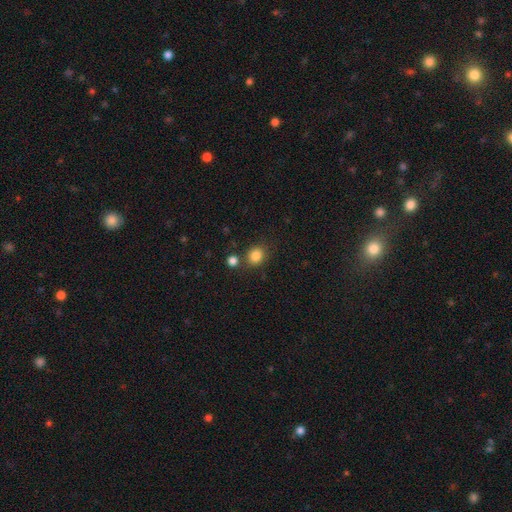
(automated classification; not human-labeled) Q: Smooth or featured?
A: smooth (84%); runner-up: star or artifact (11%)
Q: How rounded?
A: round (72%); runner-up: in between (27%)
Q: Merging?
A: none (76%); runner-up: merger (11%)